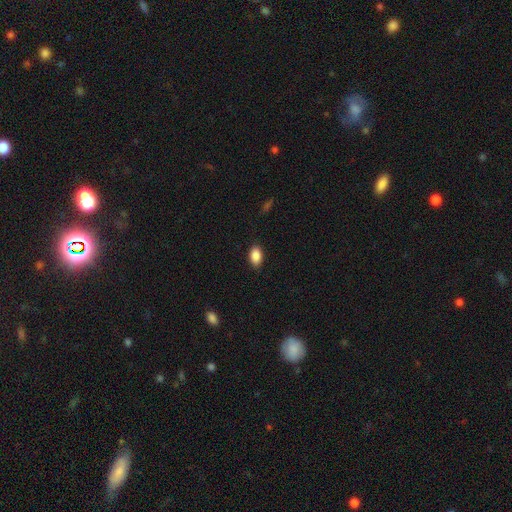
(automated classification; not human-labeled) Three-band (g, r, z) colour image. It shows a smooth galaxy with no disk features (89%) that is in between round and cigar-shaped (91%). Merging: none (88%).